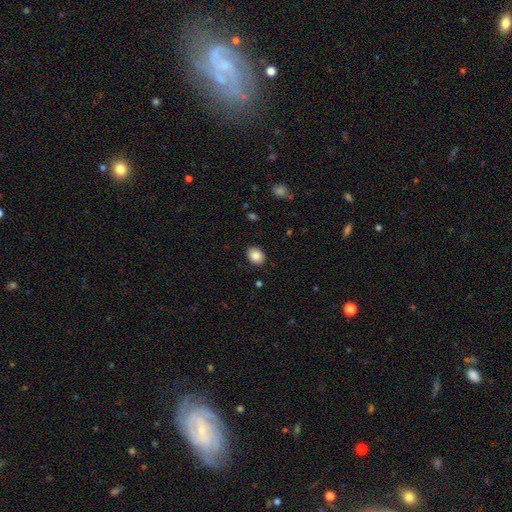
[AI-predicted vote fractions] The model was most divided on "how rounded": in between: 51%, round: 48%, cigar-shaped: 1%. More confident: merging — none (88%); smooth or featured — smooth (86%).